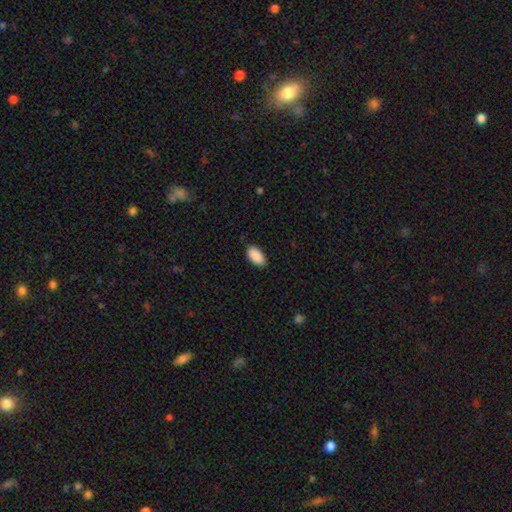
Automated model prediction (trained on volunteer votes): Q: Smooth or featured?
A: smooth (91%); runner-up: star or artifact (7%)
Q: How rounded?
A: in between (95%); runner-up: round (3%)
Q: Merging?
A: none (86%); runner-up: minor disturbance (11%)